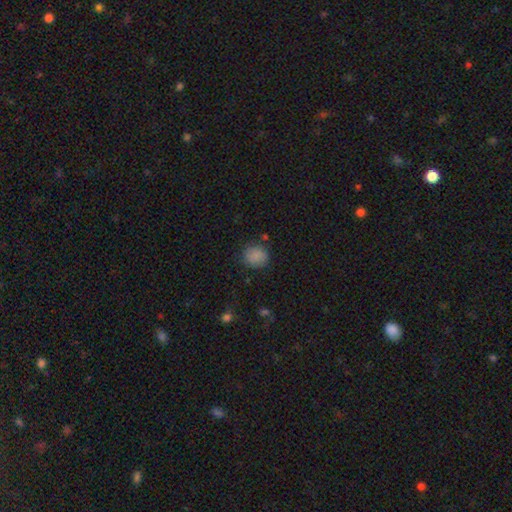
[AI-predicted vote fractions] Smooth or featured: smooth — 84% (star or artifact — 10%)
How rounded: round — 81% (in between — 18%)
Merging: none — 80% (minor disturbance — 14%)